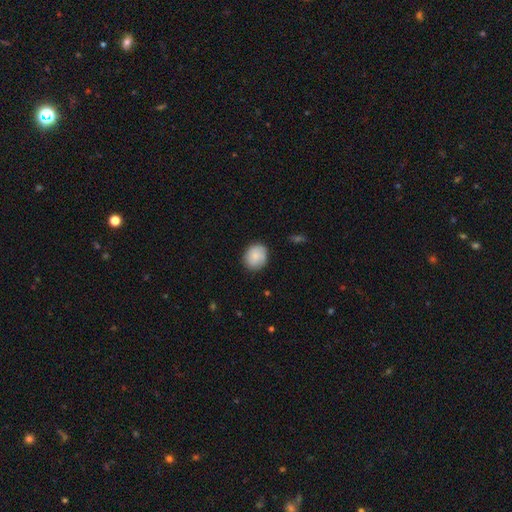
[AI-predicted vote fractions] Smooth or featured?
  - smooth: 84% *
  - featured or disk: 9%
  - star or artifact: 6%
How rounded?
  - round: 69% *
  - in between: 30%
  - cigar-shaped: 1%
Merging?
  - none: 84% *
  - minor disturbance: 12%
  - major disturbance: 3%
  - merger: 1%